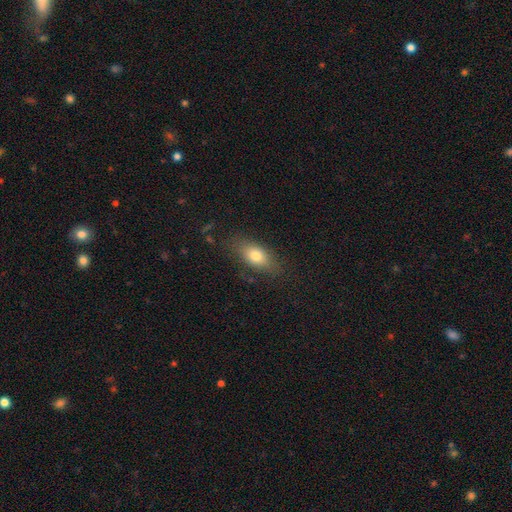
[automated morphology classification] Q: Smooth or featured?
A: smooth (76%); runner-up: featured or disk (15%)
Q: How rounded?
A: in between (83%); runner-up: cigar-shaped (10%)
Q: Merging?
A: none (78%); runner-up: minor disturbance (16%)